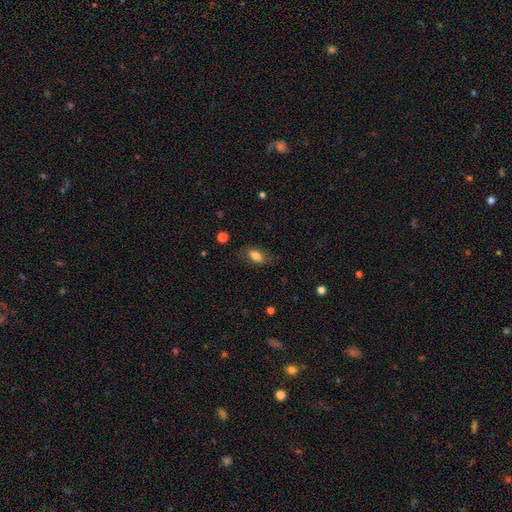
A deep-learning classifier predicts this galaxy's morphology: The model was most divided on "merging": none: 74%, minor disturbance: 18%, major disturbance: 7%, merger: 1%. More confident: how rounded — in between (87%); smooth or featured — smooth (77%).